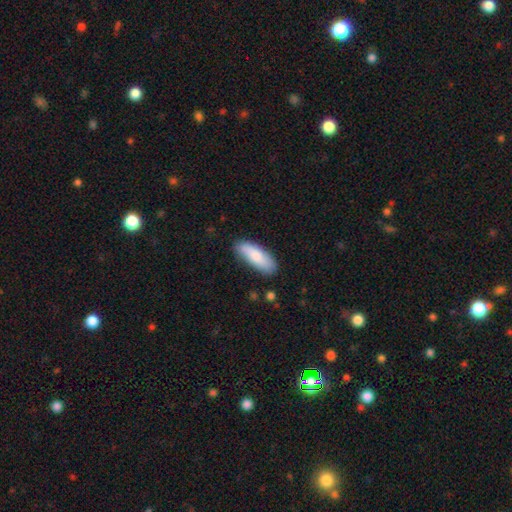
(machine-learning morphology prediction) This appears to be a smooth galaxy with no disk features (83%) that is in between round and cigar-shaped (67%). Merging: none (79%).